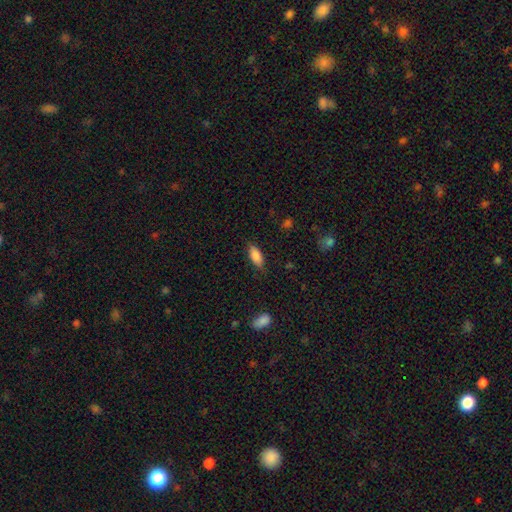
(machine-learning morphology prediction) A smooth galaxy with no disk features (87%) that is in between round and cigar-shaped (83%). Merging: none (81%).